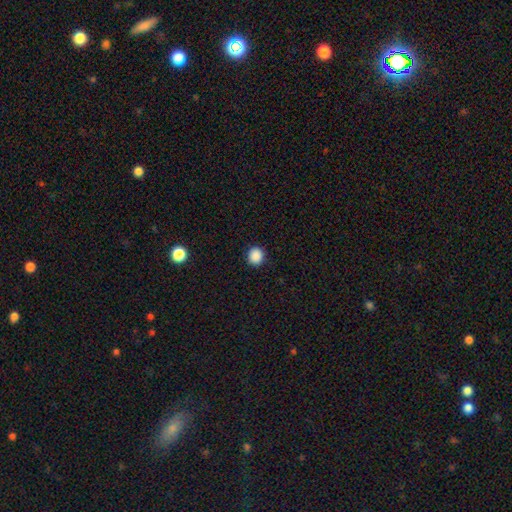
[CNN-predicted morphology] A smooth galaxy with no disk features (88%) that is round (87%). Merging: none (92%).